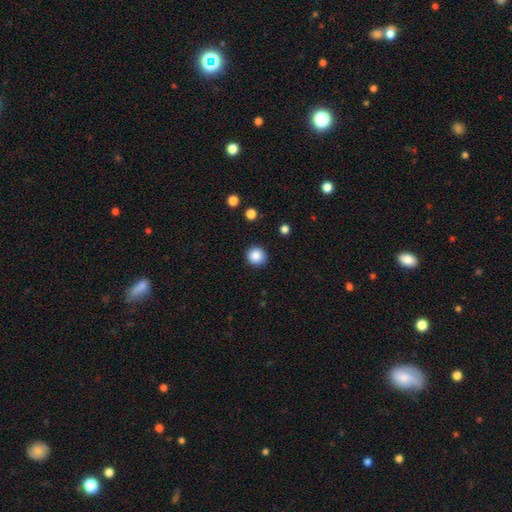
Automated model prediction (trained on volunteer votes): smooth_or_featured: smooth (p=0.87) [alt: star or artifact p=0.10]
how_rounded: round (p=0.93) [alt: in between p=0.06]
merging: none (p=0.89) [alt: minor disturbance p=0.08]